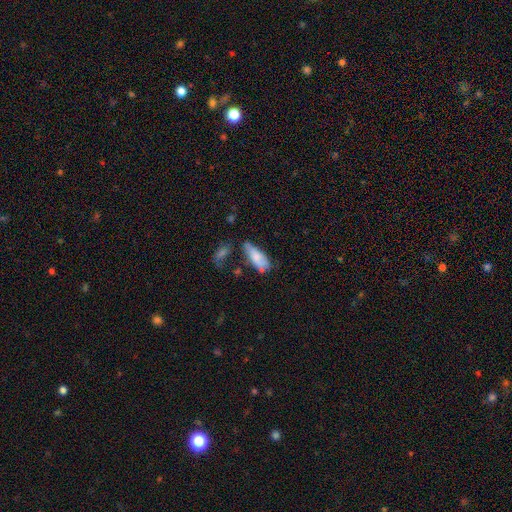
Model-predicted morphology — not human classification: A smooth galaxy with no disk features (72%) that is in between round and cigar-shaped (77%).

Vote fractions:
- Smooth or featured? smooth: 72% / featured or disk: 21% / star or artifact: 7%
- How rounded? in between: 77% / cigar-shaped: 21% / round: 2%
- Merging? none: 41% / minor disturbance: 33% / major disturbance: 14% / merger: 12%